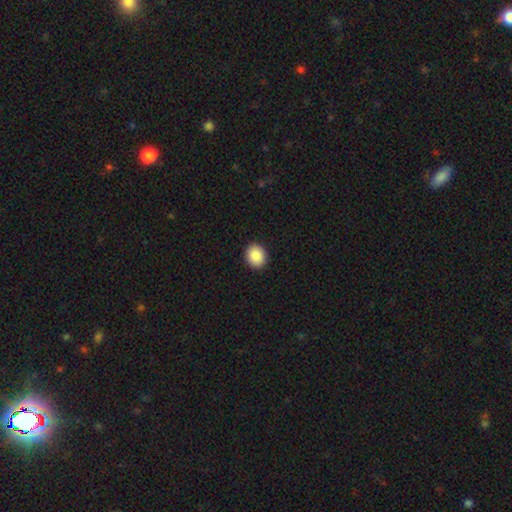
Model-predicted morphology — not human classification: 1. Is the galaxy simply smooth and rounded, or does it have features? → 89% smooth, 8% star or artifact, 3% featured or disk.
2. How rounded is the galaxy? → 66% round, 33% in between, 1% cigar-shaped.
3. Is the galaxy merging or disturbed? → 92% none, 6% minor disturbance, 2% major disturbance, 1% merger.